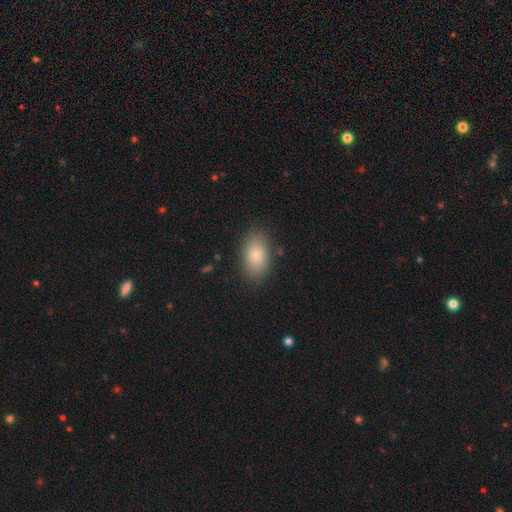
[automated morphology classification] Smooth or featured? smooth (83%)
How rounded? in between (92%)
Merging? none (85%)